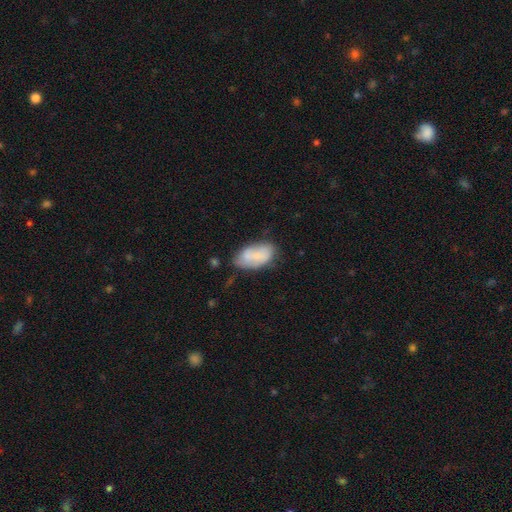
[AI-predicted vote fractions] smooth_or_featured: smooth (p=0.66) [alt: featured or disk p=0.27]
how_rounded: in between (p=0.93) [alt: cigar-shaped p=0.03]
merging: none (p=0.55) [alt: minor disturbance p=0.29]